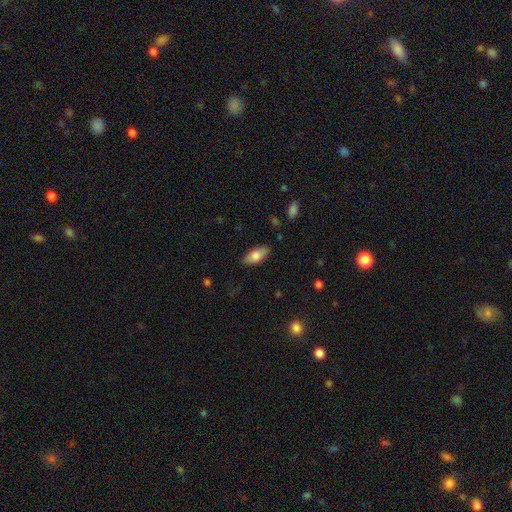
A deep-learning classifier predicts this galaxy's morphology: smooth_or_featured: smooth (p=0.78) [alt: featured or disk p=0.16]
how_rounded: in between (p=0.85) [alt: cigar-shaped p=0.13]
merging: none (p=0.84) [alt: minor disturbance p=0.12]